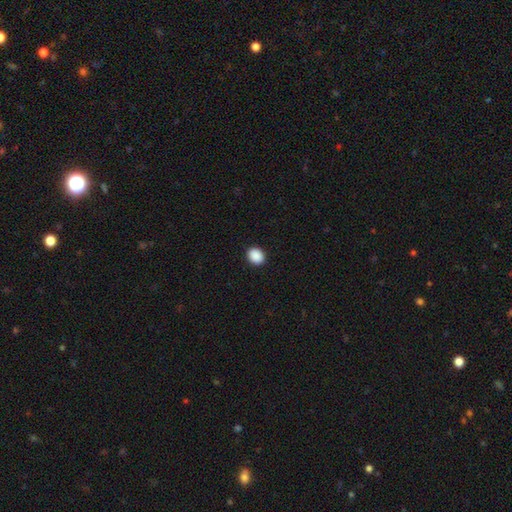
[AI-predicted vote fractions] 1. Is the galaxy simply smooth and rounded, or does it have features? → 90% smooth, 8% star or artifact, 2% featured or disk.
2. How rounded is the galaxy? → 57% round, 42% in between, 1% cigar-shaped.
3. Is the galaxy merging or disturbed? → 92% none, 5% minor disturbance, 2% major disturbance, 1% merger.